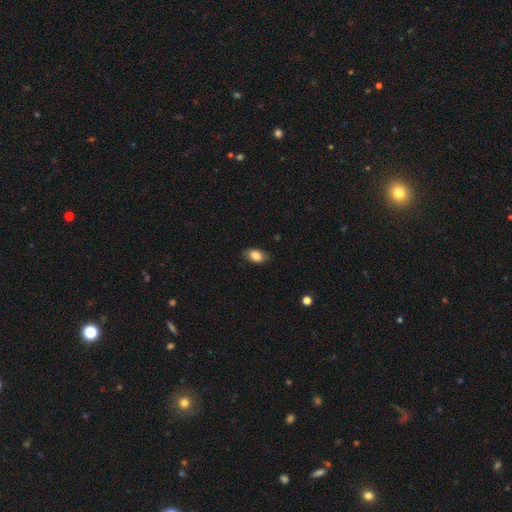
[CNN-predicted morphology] This appears to be a smooth galaxy with no disk features (84%) that is in between round and cigar-shaped (89%). Merging: none (83%).